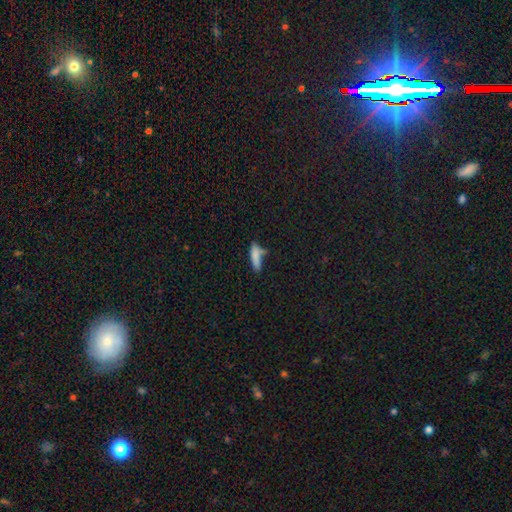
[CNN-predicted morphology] This is likely a smooth galaxy (78%). How rounded: likely cigar-shaped (69%). Merging: possibly none (53%).